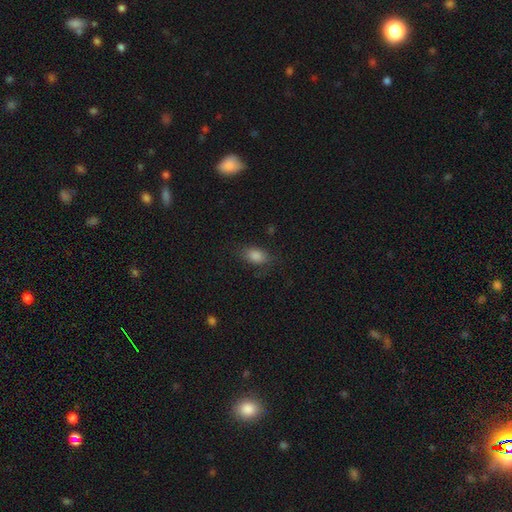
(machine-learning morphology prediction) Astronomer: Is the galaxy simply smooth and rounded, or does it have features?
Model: smooth — 81%.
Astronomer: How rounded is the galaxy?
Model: in between — 84%.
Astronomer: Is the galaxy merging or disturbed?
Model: none — 74%.